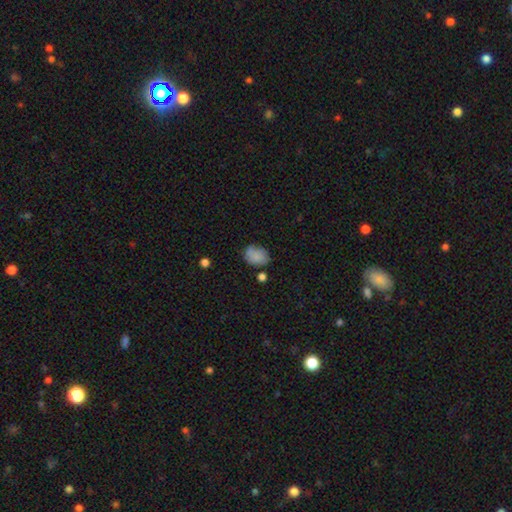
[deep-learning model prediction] Smooth or featured? Predicted: smooth (p=0.80). How rounded? Predicted: in between (p=0.62). Merging? Predicted: none (p=0.57).